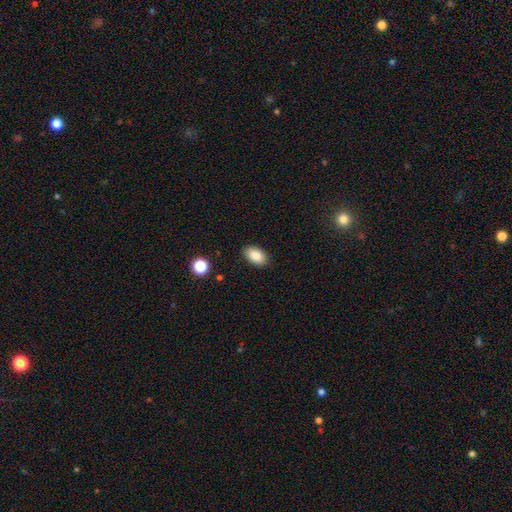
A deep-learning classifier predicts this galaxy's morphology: smooth_or_featured: smooth (p=0.85) [alt: star or artifact p=0.08]
how_rounded: in between (p=0.91) [alt: round p=0.08]
merging: none (p=0.88) [alt: minor disturbance p=0.09]